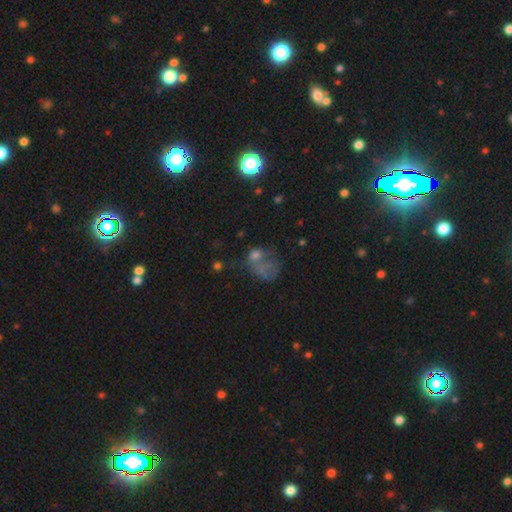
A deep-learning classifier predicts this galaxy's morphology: Q: Smooth or featured?
A: smooth (49%); runner-up: featured or disk (31%)
Q: Merging?
A: major disturbance (37%); runner-up: none (24%)